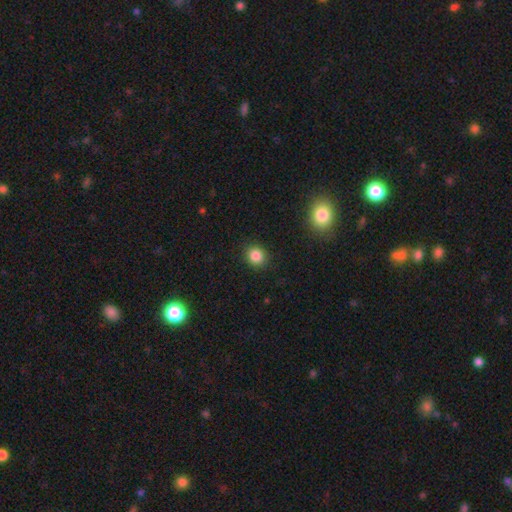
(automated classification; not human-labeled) Morphology: type=smooth (85%); roundness=round (79%); merging=none (90%).